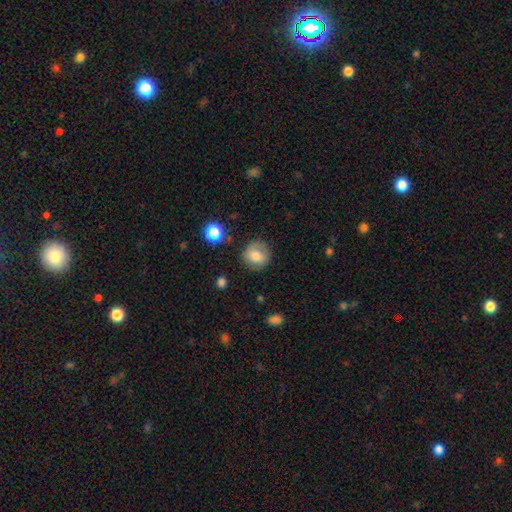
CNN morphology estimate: Q: Smooth or featured?
A: smooth (76%); runner-up: featured or disk (14%)
Q: How rounded?
A: round (89%); runner-up: in between (10%)
Q: Merging?
A: none (81%); runner-up: minor disturbance (13%)